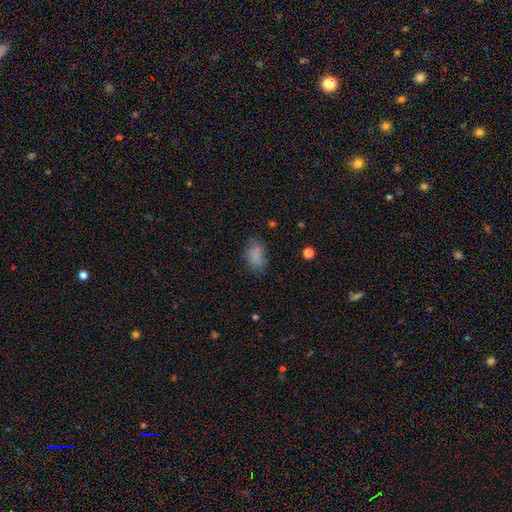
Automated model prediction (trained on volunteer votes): smooth 79%, star or artifact 12%, featured or disk 9%. Down the decision tree: how rounded — in between (87%); merging — none (71%).